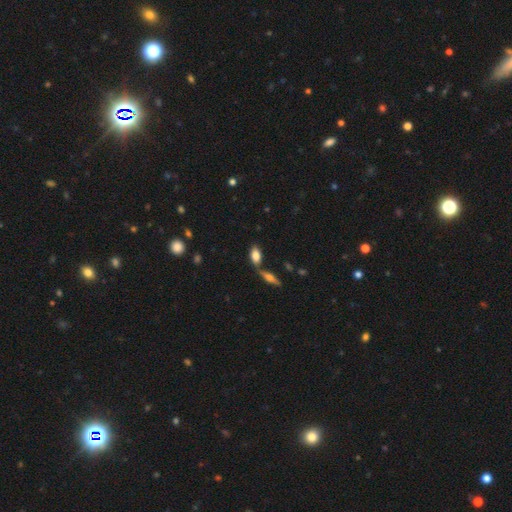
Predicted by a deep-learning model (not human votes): smooth_or_featured: smooth (p=0.78) [alt: featured or disk p=0.14]
how_rounded: in between (p=0.88) [alt: cigar-shaped p=0.08]
merging: none (p=0.56) [alt: merger p=0.29]